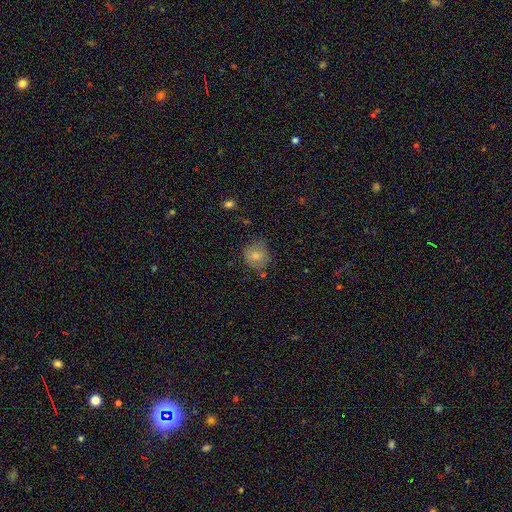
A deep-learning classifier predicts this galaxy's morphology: This appears to be a smooth galaxy with no disk features (78%) that is round (78%). Merging: none (66%).